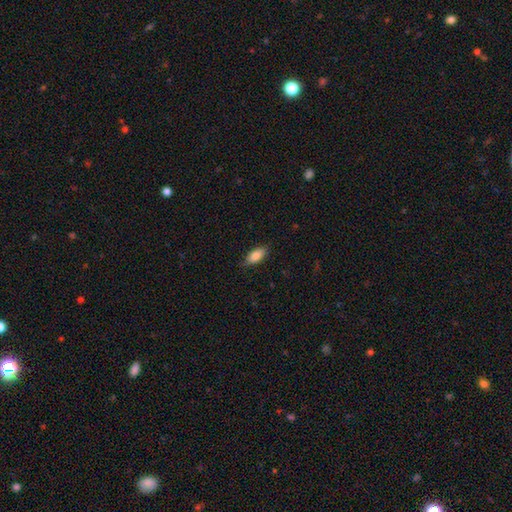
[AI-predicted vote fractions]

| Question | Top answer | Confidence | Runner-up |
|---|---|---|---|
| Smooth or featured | smooth | 85% | featured or disk (9%) |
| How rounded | in between | 86% | cigar-shaped (11%) |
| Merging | none | 82% | minor disturbance (15%) |